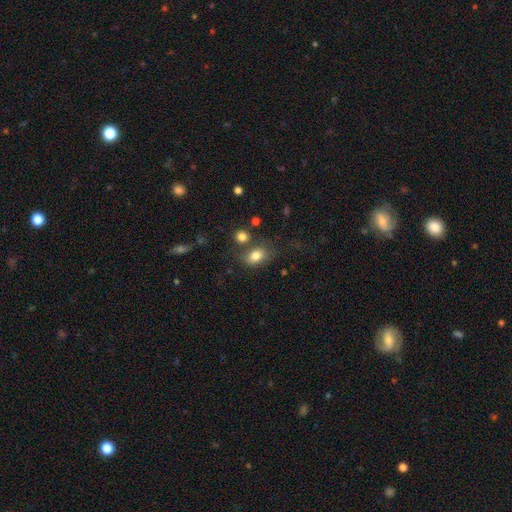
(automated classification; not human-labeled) Smooth or featured? smooth (81%)
How rounded? in between (75%)
Merging? none (62%)